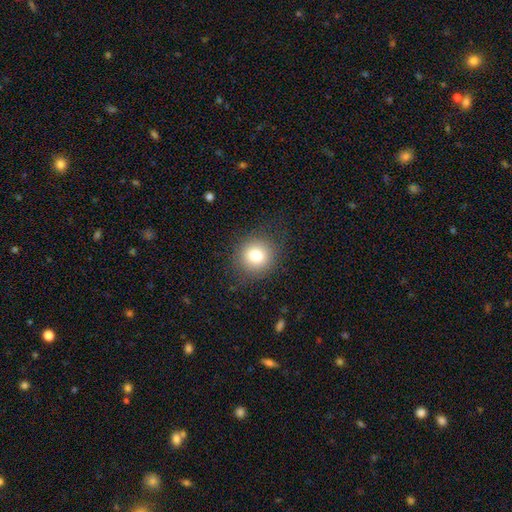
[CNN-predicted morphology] smooth-or-featured: smooth: 79% | star or artifact: 11% | featured or disk: 10%
  how-rounded: round: 88% | in between: 11% | cigar-shaped: 1%
  merging: none: 84% | minor disturbance: 10% | major disturbance: 5% | merger: 1%